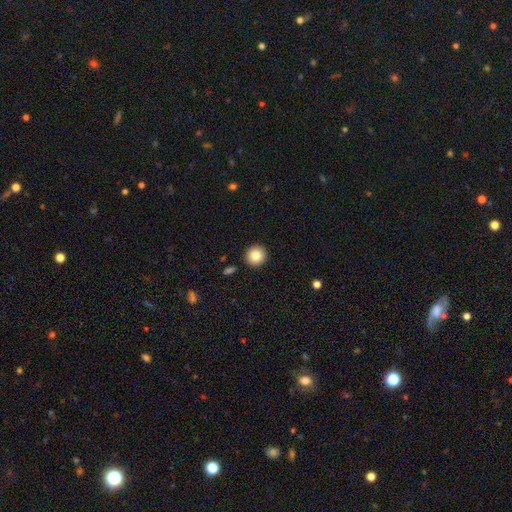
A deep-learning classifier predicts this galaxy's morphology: Overall: smooth (83%). How rounded: round (95%). Merging: none (93%).